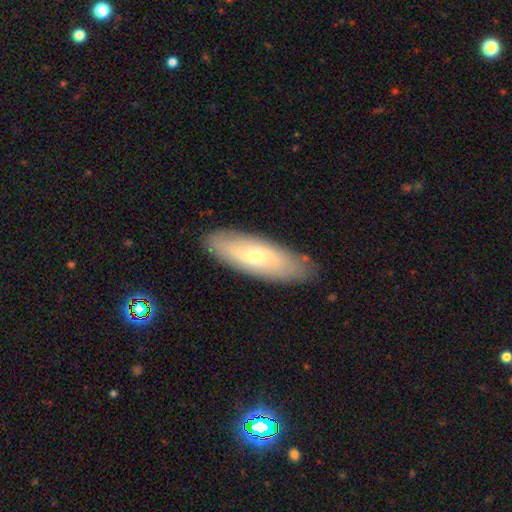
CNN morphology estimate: Smooth or featured: featured or disk — 54% (smooth — 39%)
Edge-on disk: no — 75% (yes — 25%)
Merging: none — 86% (minor disturbance — 10%)